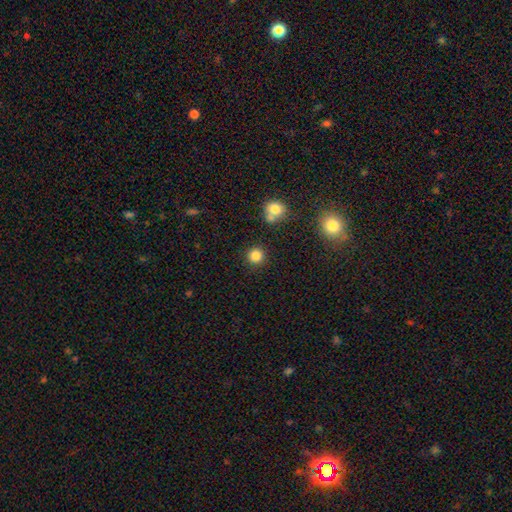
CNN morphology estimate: type=smooth (84%); roundness=round (93%); merging=none (87%).